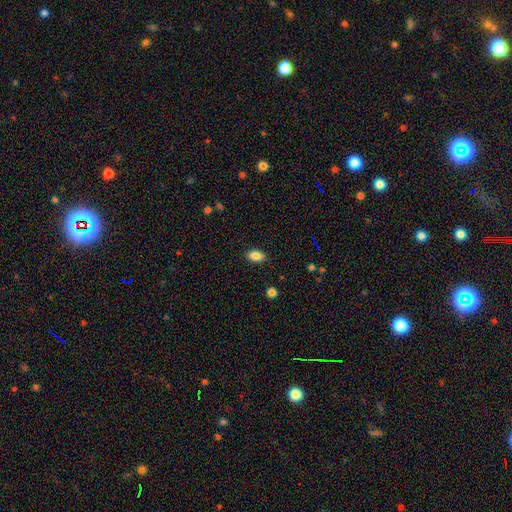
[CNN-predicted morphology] Smooth or featured? smooth (87%)
How rounded? in between (89%)
Merging? none (88%)